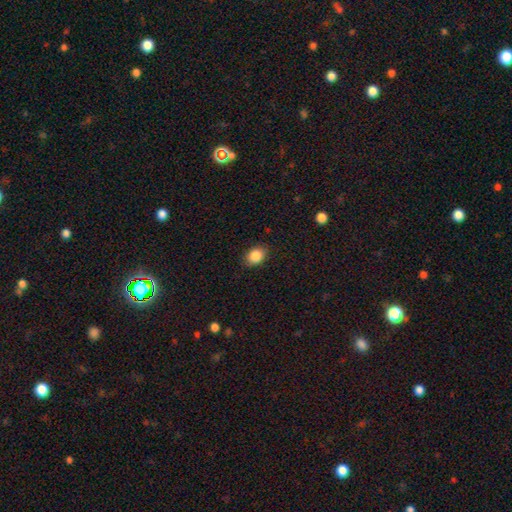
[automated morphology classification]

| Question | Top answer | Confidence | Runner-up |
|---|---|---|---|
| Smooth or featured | smooth | 87% | star or artifact (8%) |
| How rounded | in between | 65% | round (34%) |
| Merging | none | 86% | minor disturbance (10%) |